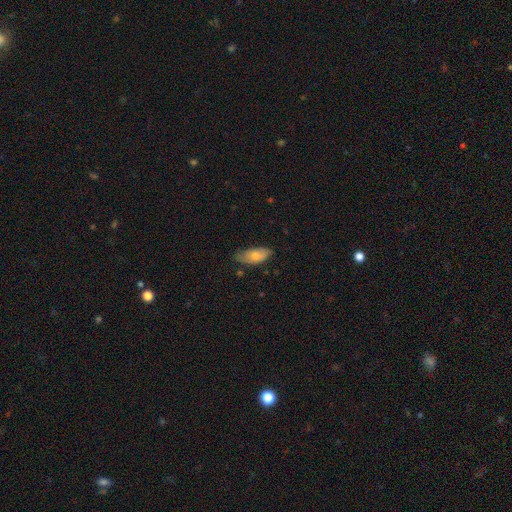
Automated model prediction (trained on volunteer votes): The model was most divided on "merging": none: 62%, minor disturbance: 31%, major disturbance: 5%, merger: 2%. More confident: how rounded — in between (88%); smooth or featured — smooth (72%).